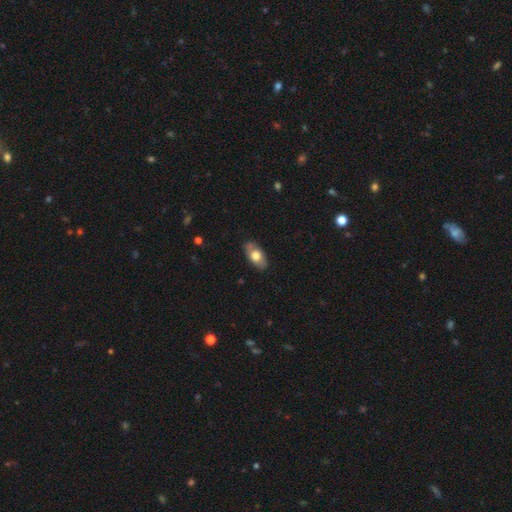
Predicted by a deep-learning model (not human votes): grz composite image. It shows a smooth galaxy with no disk features (70%) that is in between round and cigar-shaped (92%). Merging: none (81%).